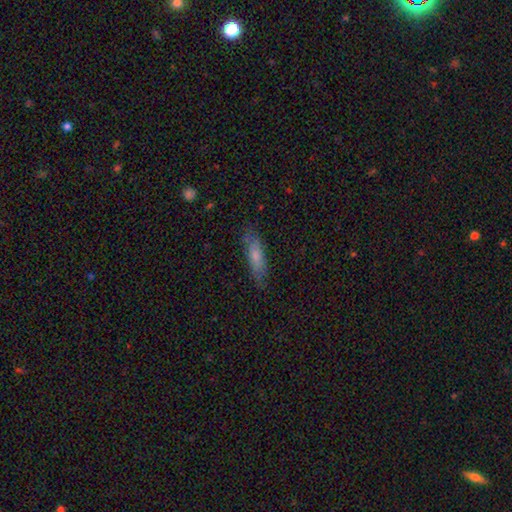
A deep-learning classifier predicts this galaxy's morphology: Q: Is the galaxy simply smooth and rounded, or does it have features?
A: smooth — 70%.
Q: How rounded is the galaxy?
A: cigar-shaped — 64%.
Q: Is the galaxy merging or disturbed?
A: none — 78%.